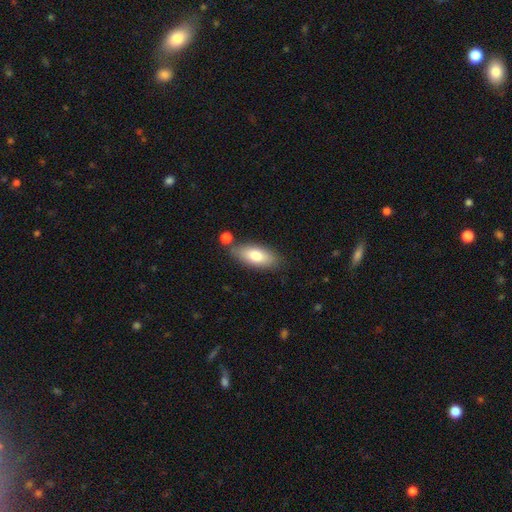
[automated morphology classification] A smooth galaxy with no disk features (76%) that is in between round and cigar-shaped (83%). Merging: none (73%).